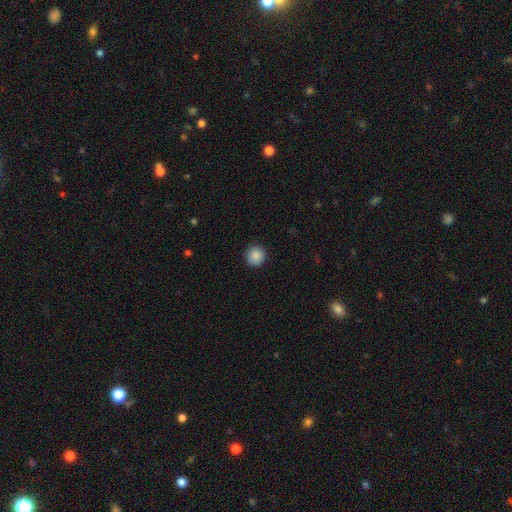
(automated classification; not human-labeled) Overall: smooth (88%). How rounded: round (94%). Merging: none (91%).